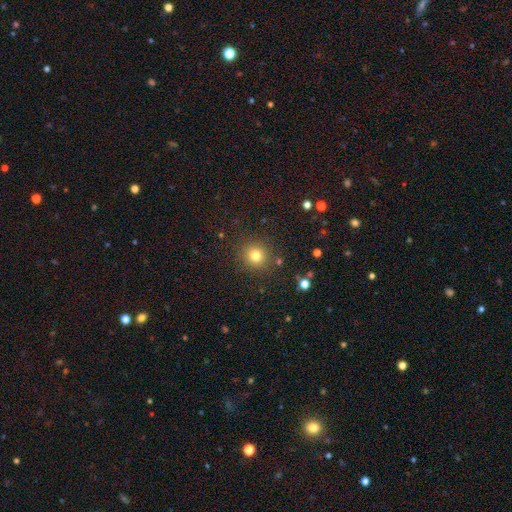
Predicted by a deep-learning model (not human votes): This appears to be a smooth galaxy with no disk features (78%) that is round (93%). Merging: none (88%).